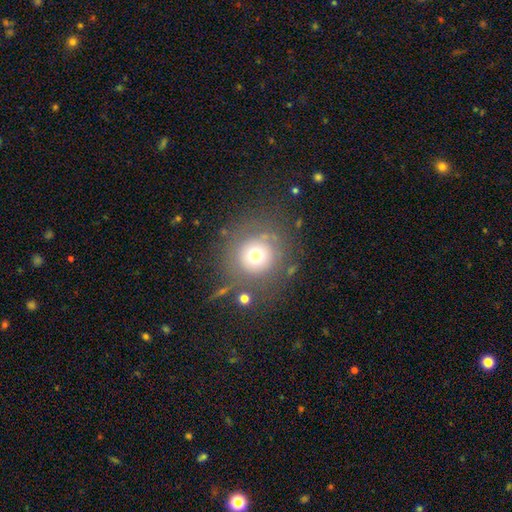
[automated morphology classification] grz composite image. It shows a smooth galaxy with no disk features (67%) that is round (94%). Merging: none (76%).